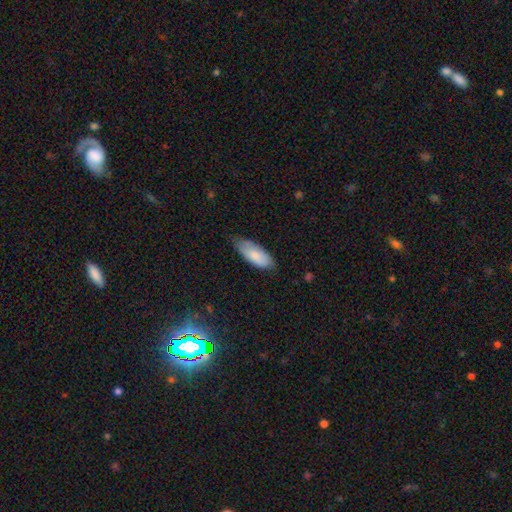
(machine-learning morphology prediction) A smooth galaxy with no disk features (82%) that is in between round and cigar-shaped (82%). Merging: none (62%).